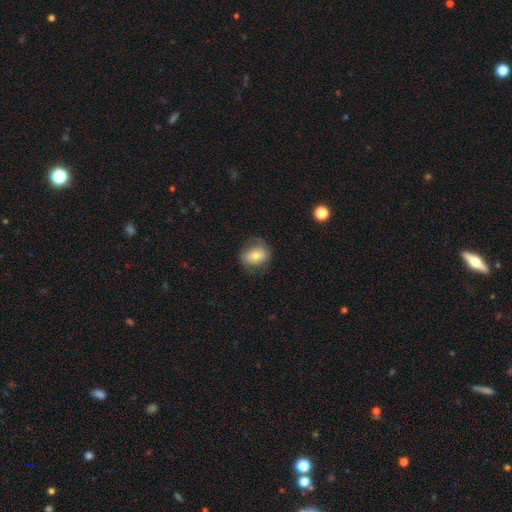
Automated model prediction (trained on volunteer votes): This is possibly a smooth galaxy (58%). How rounded: possibly in between (52%). Merging: likely none (63%).